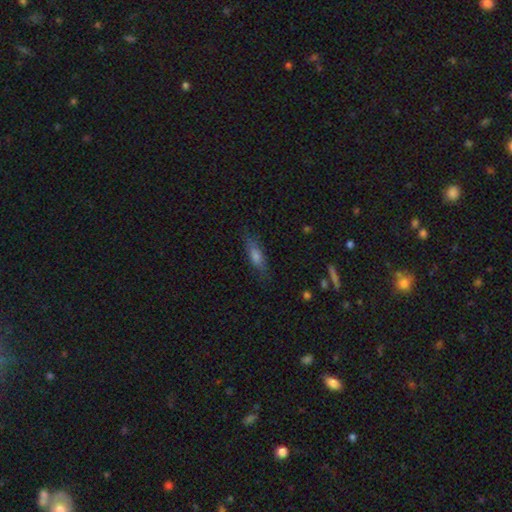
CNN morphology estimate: smooth 60%, featured or disk 29%, star or artifact 11%. Down the decision tree: how rounded — cigar-shaped (59%); merging — none (79%).